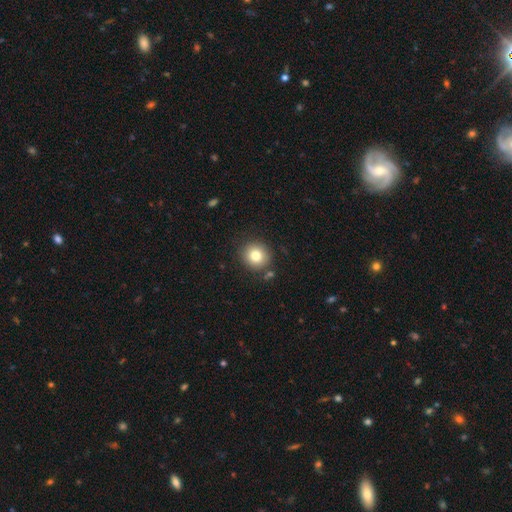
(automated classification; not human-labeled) The model was most divided on "smooth or featured": smooth: 80%, star or artifact: 11%, featured or disk: 10%. More confident: how rounded — round (87%); merging — none (85%).